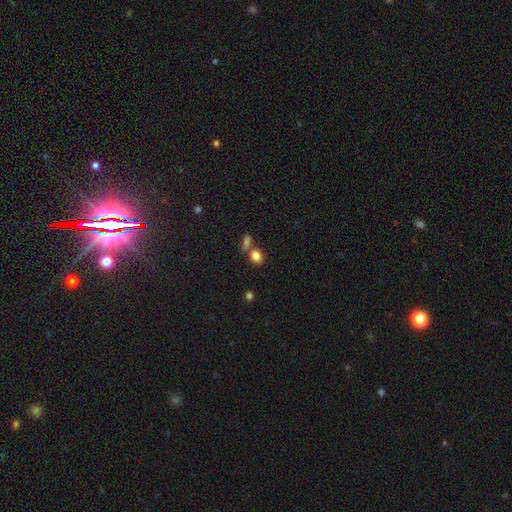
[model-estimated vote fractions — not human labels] A smooth galaxy with no disk features (83%) that is in between round and cigar-shaped (62%).

Vote fractions:
- Smooth or featured? smooth: 83% / star or artifact: 11% / featured or disk: 6%
- How rounded? in between: 62% / round: 36% / cigar-shaped: 2%
- Merging? none: 52% / merger: 34% / minor disturbance: 10% / major disturbance: 4%